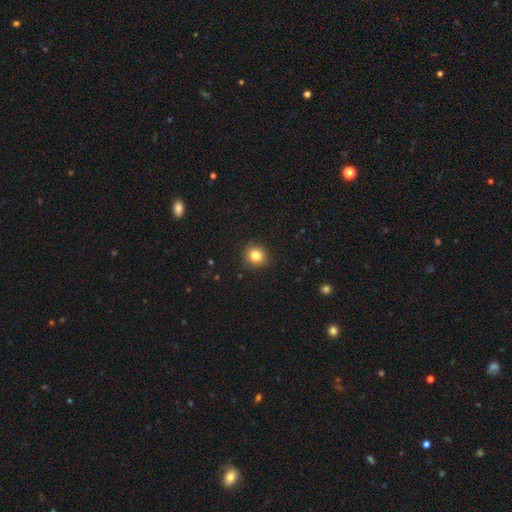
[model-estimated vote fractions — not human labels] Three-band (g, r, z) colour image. It shows a smooth galaxy with no disk features (83%) that is round (87%). Merging: none (91%).